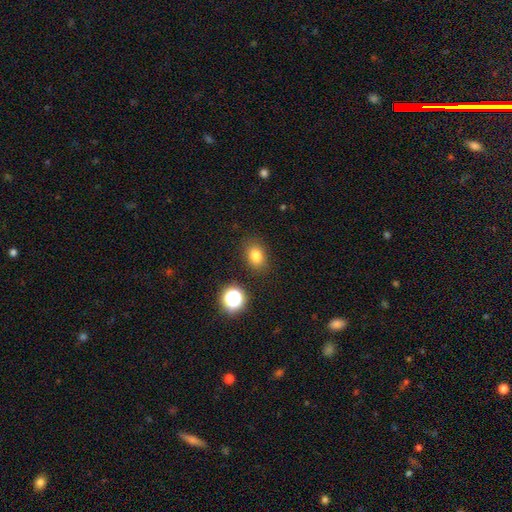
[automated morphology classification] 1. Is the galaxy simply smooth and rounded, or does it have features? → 79% smooth, 14% star or artifact, 7% featured or disk.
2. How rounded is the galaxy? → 66% in between, 32% round, 1% cigar-shaped.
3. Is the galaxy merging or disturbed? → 85% none, 10% minor disturbance, 3% major disturbance, 2% merger.